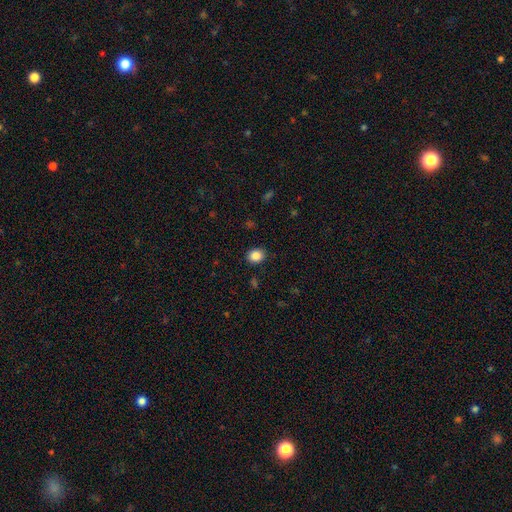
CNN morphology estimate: The model was most divided on "how rounded": round: 56%, in between: 44%, cigar-shaped: 1%. More confident: merging — none (89%); smooth or featured — smooth (87%).